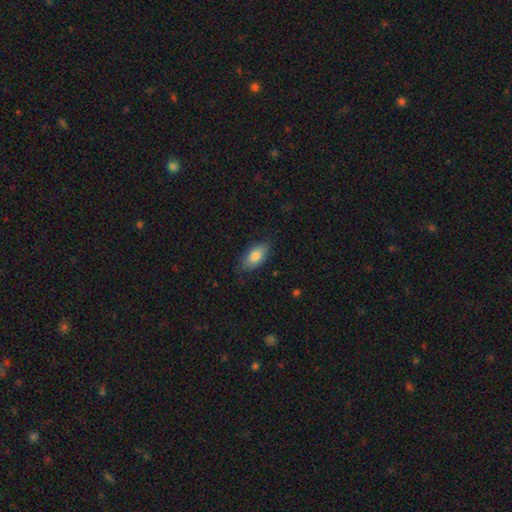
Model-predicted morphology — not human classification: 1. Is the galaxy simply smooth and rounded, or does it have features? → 78% smooth, 15% featured or disk, 7% star or artifact.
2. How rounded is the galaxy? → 89% in between, 8% cigar-shaped, 4% round.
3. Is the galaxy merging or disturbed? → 76% none, 19% minor disturbance, 4% major disturbance, 1% merger.